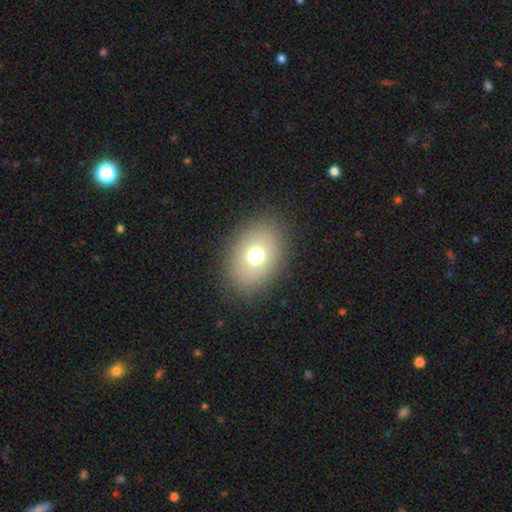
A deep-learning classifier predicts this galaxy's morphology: smooth-or-featured: smooth: 70% | featured or disk: 17% | star or artifact: 14%
  how-rounded: in between: 68% | round: 31% | cigar-shaped: 1%
  merging: none: 87% | minor disturbance: 8% | major disturbance: 4% | merger: 1%